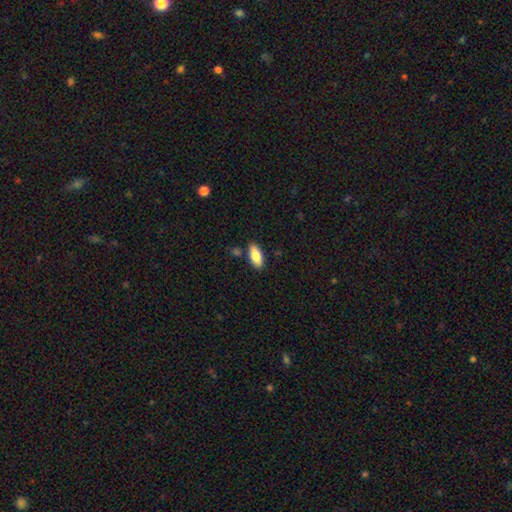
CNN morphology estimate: This is clearly a smooth galaxy (81%). How rounded: clearly in between (87%). Merging: clearly none (84%).